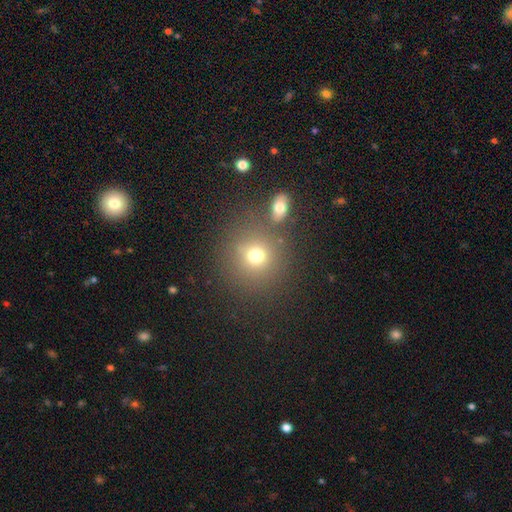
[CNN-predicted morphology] Smooth or featured? Predicted: smooth (p=0.72). How rounded? Predicted: round (p=0.87). Merging? Predicted: none (p=0.71).